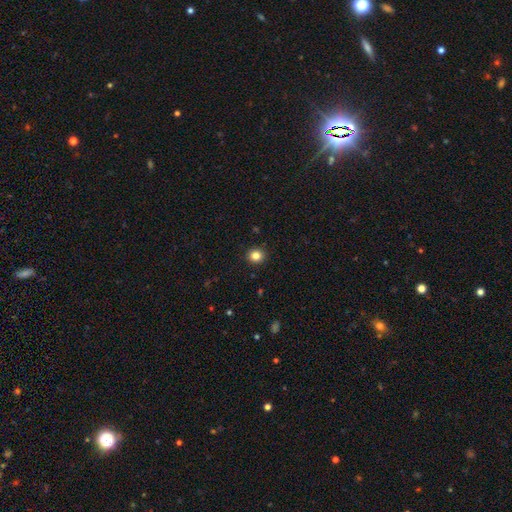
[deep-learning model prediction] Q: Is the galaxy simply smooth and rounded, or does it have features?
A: smooth — 84%.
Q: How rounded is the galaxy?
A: round — 86%.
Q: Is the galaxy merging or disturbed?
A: none — 92%.